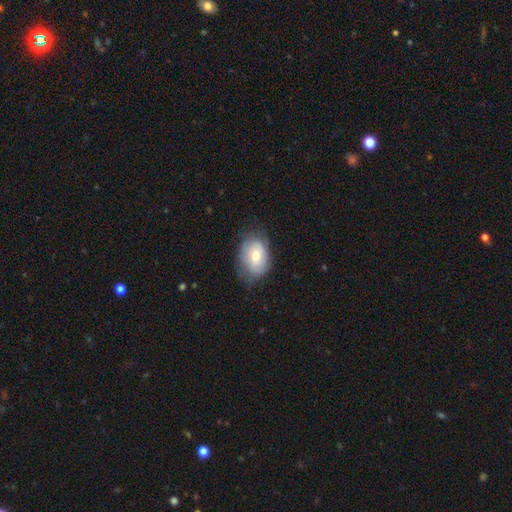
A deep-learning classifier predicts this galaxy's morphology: Smooth or featured? smooth (70%)
How rounded? in between (81%)
Merging? none (63%)